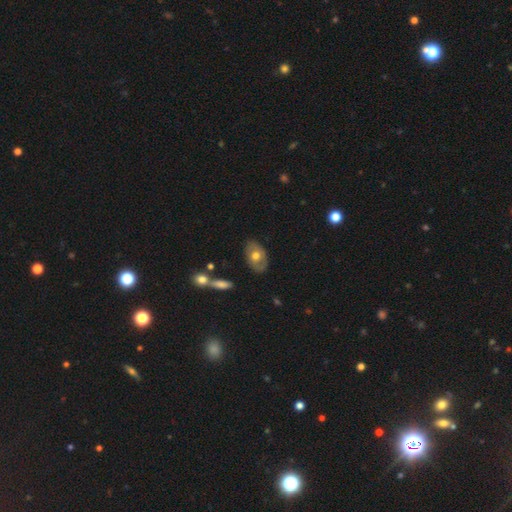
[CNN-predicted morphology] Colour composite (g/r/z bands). It shows a smooth galaxy with no disk features (49%). Merging: none (76%).